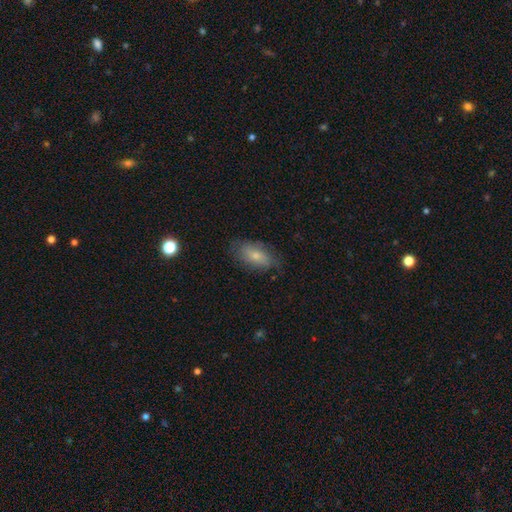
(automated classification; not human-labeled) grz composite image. It shows a smooth galaxy with no disk features (70%) that is in between round and cigar-shaped (89%). Merging: none (71%).